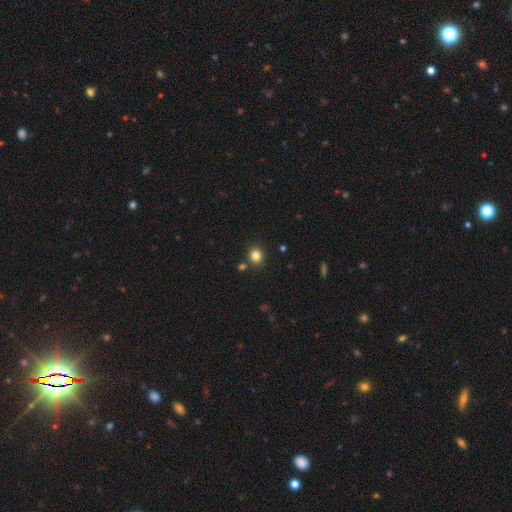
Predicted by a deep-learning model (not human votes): Smooth or featured? smooth (81%)
How rounded? round (80%)
Merging? none (85%)